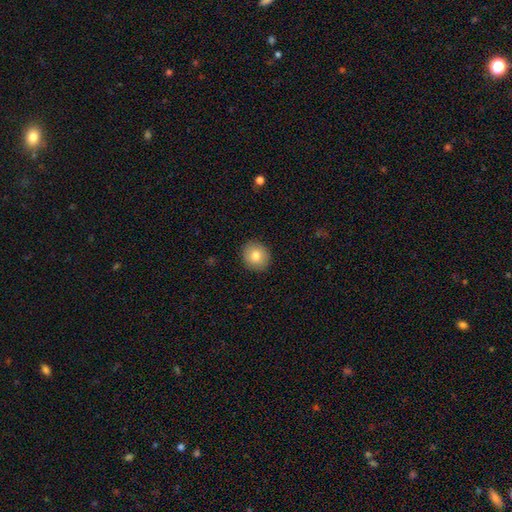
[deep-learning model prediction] Smooth or featured: smooth — 81% (featured or disk — 10%)
How rounded: round — 82% (in between — 17%)
Merging: none — 91% (minor disturbance — 6%)